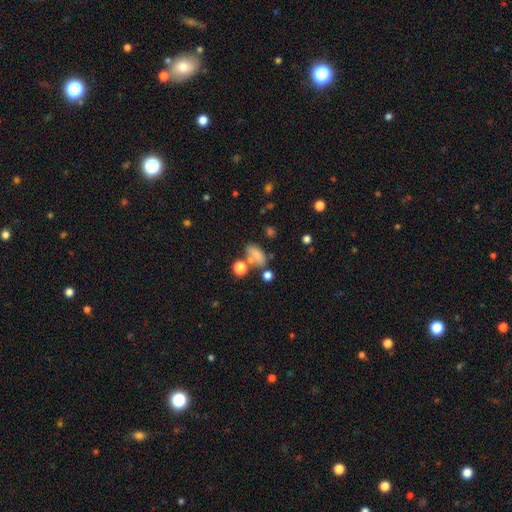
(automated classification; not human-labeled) The model was most divided on "merging": none: 47%, merger: 23%, minor disturbance: 19%, major disturbance: 11%. More confident: how rounded — in between (83%); smooth or featured — smooth (71%).